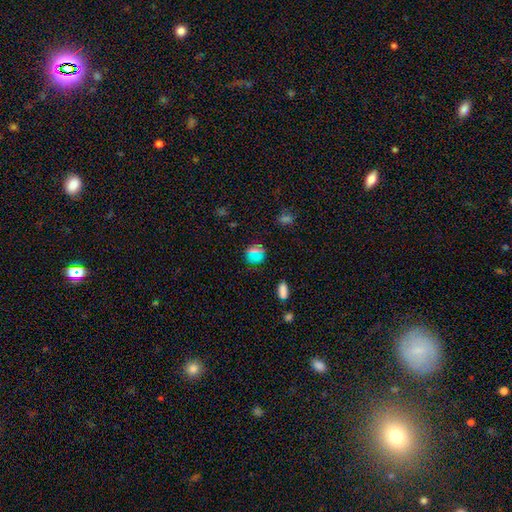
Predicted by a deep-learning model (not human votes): smooth-or-featured: smooth: 61% | star or artifact: 31% | featured or disk: 7%
  how-rounded: round: 80% | in between: 18% | cigar-shaped: 3%
  merging: none: 84% | minor disturbance: 10% | major disturbance: 4% | merger: 2%